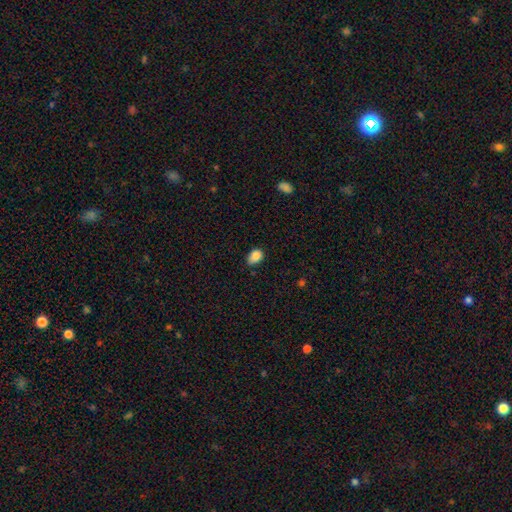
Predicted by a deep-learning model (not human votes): Morphology: type=smooth (85%); roundness=in between (72%); merging=none (56%).